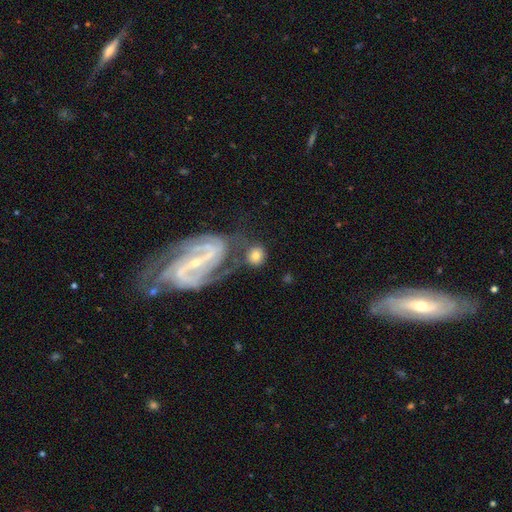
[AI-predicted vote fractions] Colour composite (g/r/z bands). It shows a smooth galaxy with no disk features (58%) that is round (78%). Merging: none (58%).